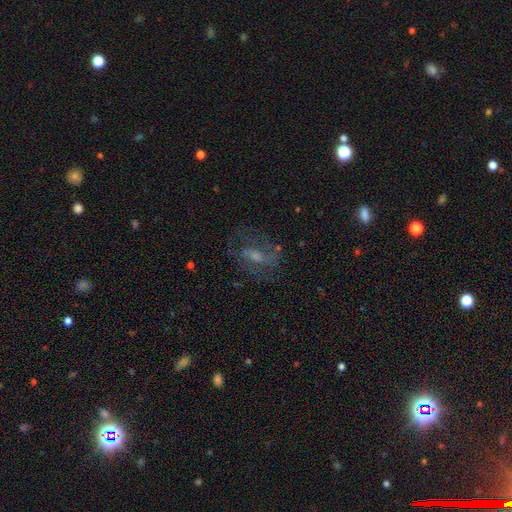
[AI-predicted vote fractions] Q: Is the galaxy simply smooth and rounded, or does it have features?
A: featured or disk — 62%.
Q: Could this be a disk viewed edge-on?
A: no — 94%.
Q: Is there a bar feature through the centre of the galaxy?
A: weak — 46%.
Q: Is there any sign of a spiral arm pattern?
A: yes — 76%.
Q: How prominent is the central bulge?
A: moderate — 41%.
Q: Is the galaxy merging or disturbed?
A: none — 66%.